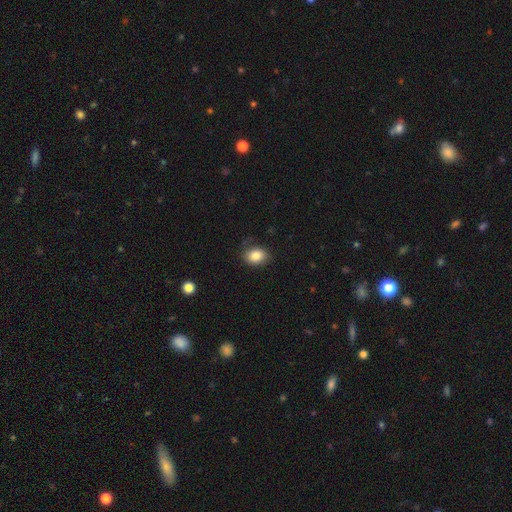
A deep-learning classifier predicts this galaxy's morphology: A smooth galaxy with no disk features (85%) that is in between round and cigar-shaped (59%). Merging: none (79%).